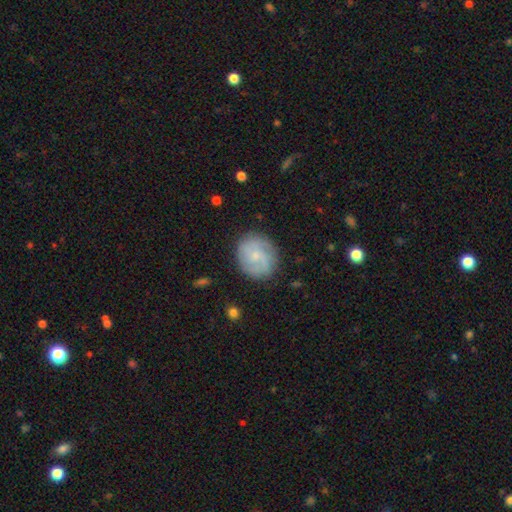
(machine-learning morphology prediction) This is possibly a featured or disk galaxy (52%). It is clearly not viewed edge-on (98%). Bar: likely no (67%). Spiral arm pattern: clearly yes (86%). Central bulge: likely small (67%). Merging: clearly none (81%).